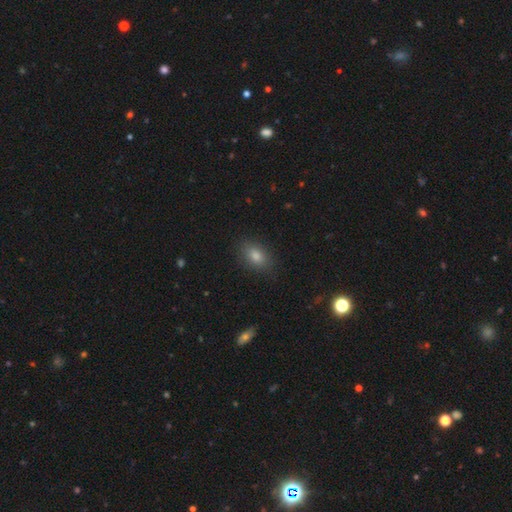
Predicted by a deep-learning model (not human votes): This appears to be a smooth galaxy with no disk features (78%) that is in between round and cigar-shaped (80%). Merging: none (86%).